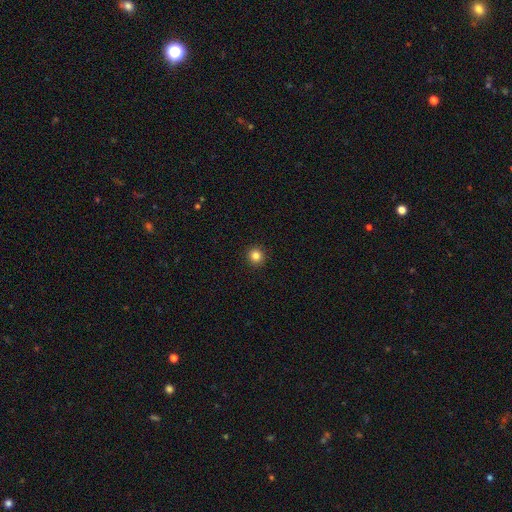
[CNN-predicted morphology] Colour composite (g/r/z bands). It shows a smooth galaxy with no disk features (84%) that is round (95%). Merging: none (93%).